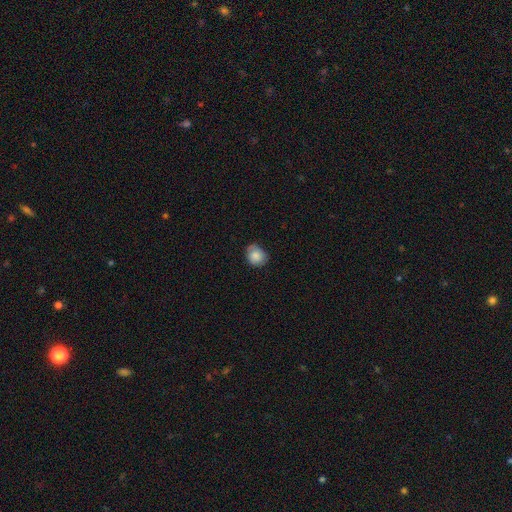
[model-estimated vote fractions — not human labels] This appears to be a smooth galaxy with no disk features (83%) that is round (64%). Merging: none (68%).